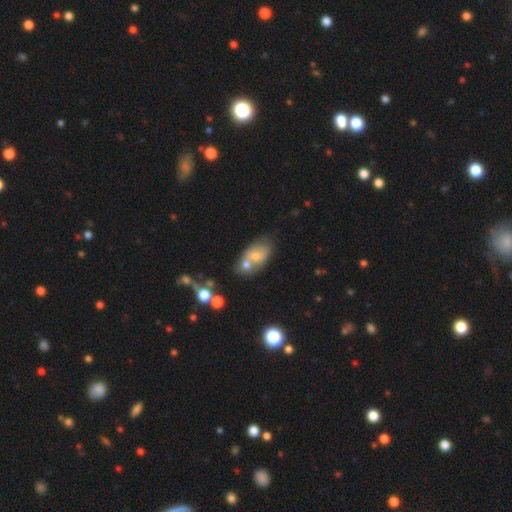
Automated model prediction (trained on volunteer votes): Morphology: type=smooth (59%); roundness=in between (85%); merging=merger (49%).